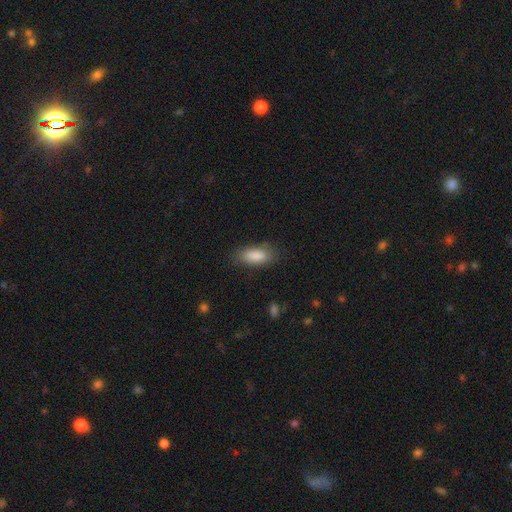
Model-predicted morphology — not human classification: Smooth or featured: smooth — 87% (star or artifact — 7%)
How rounded: in between — 82% (cigar-shaped — 16%)
Merging: none — 79% (minor disturbance — 15%)